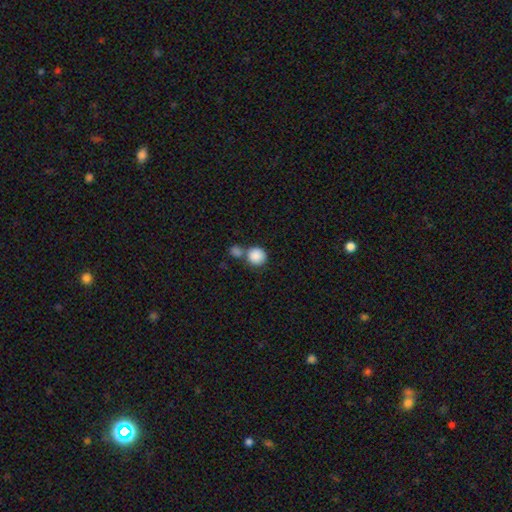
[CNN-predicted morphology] Smooth or featured?
  - smooth: 87% *
  - star or artifact: 8%
  - featured or disk: 5%
How rounded?
  - round: 90% *
  - in between: 9%
  - cigar-shaped: 1%
Merging?
  - none: 50% *
  - merger: 37%
  - minor disturbance: 9%
  - major disturbance: 4%